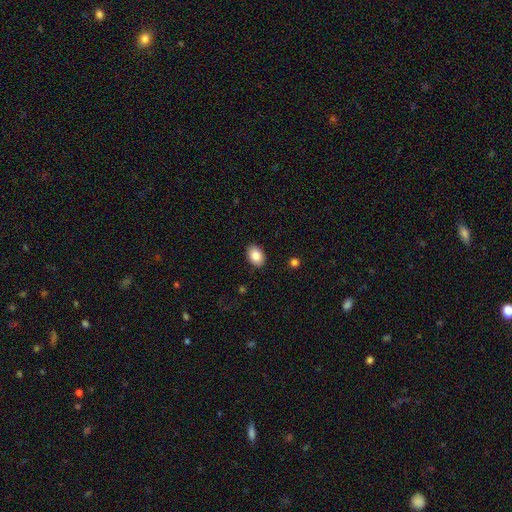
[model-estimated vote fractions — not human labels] smooth-or-featured: smooth: 84% | featured or disk: 8% | star or artifact: 8%
  how-rounded: in between: 81% | round: 18% | cigar-shaped: 1%
  merging: none: 90% | minor disturbance: 7% | major disturbance: 2% | merger: 1%